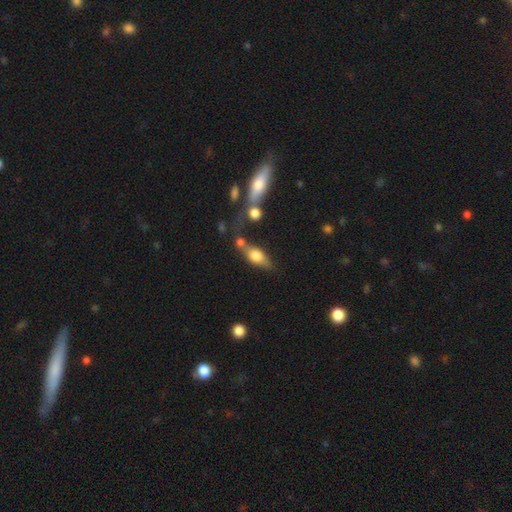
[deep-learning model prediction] smooth_or_featured: smooth (p=0.66) [alt: featured or disk p=0.26]
how_rounded: in between (p=0.75) [alt: cigar-shaped p=0.16]
merging: none (p=0.44) [alt: merger p=0.28]